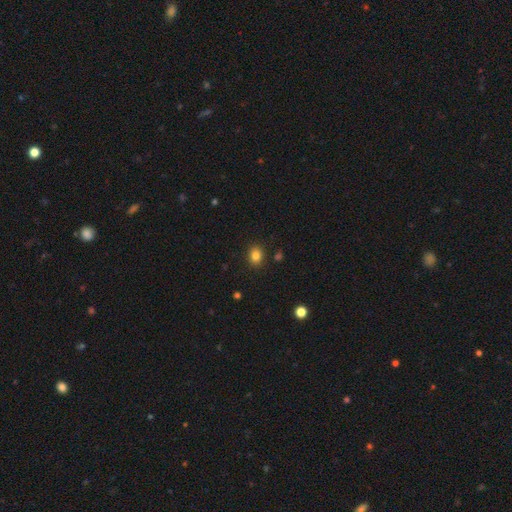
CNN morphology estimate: Overall: smooth (83%). How rounded: round (61%; in between 38%). Merging: none (89%).